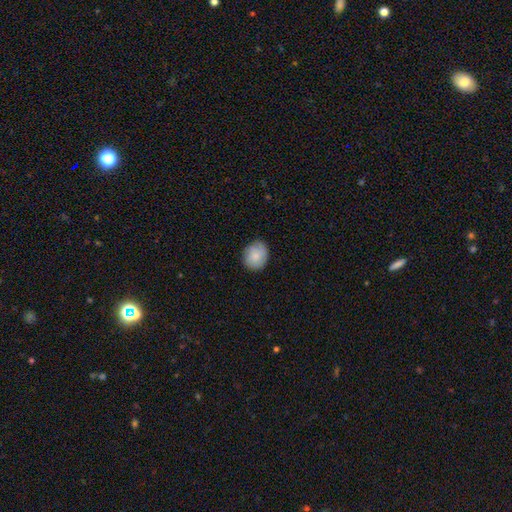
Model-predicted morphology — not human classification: smooth-or-featured: smooth: 82% | featured or disk: 11% | star or artifact: 7%
  how-rounded: round: 67% | in between: 32% | cigar-shaped: 1%
  merging: none: 82% | minor disturbance: 15% | major disturbance: 3% | merger: 1%